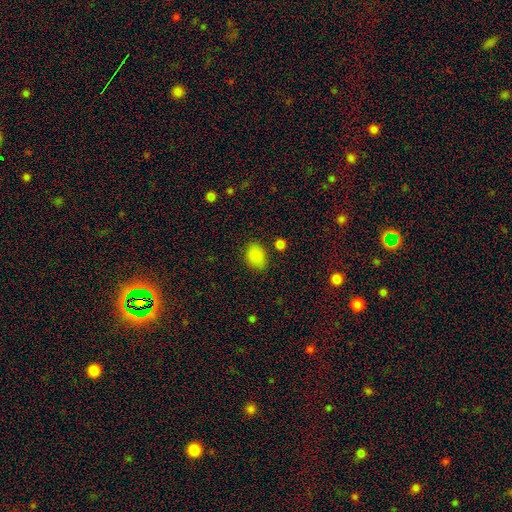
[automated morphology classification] The model was most divided on "how rounded": in between: 71%, round: 28%, cigar-shaped: 1%. More confident: smooth or featured — smooth (87%); merging — none (82%).